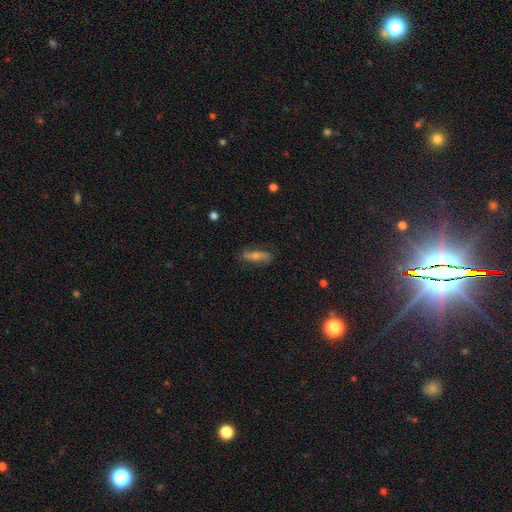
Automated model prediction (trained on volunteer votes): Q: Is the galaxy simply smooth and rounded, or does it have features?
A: featured or disk — 52%.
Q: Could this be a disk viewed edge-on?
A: no — 63%.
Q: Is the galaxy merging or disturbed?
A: none — 81%.